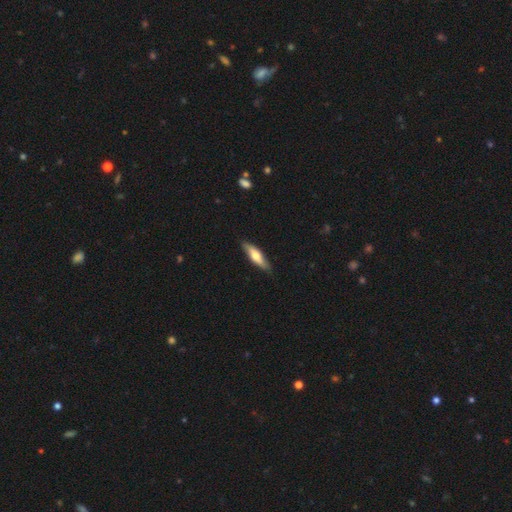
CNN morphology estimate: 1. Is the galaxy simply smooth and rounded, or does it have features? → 55% smooth, 40% featured or disk, 5% star or artifact.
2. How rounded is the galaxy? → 63% cigar-shaped, 35% in between, 2% round.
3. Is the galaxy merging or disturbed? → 85% none, 13% minor disturbance, 2% major disturbance, 1% merger.